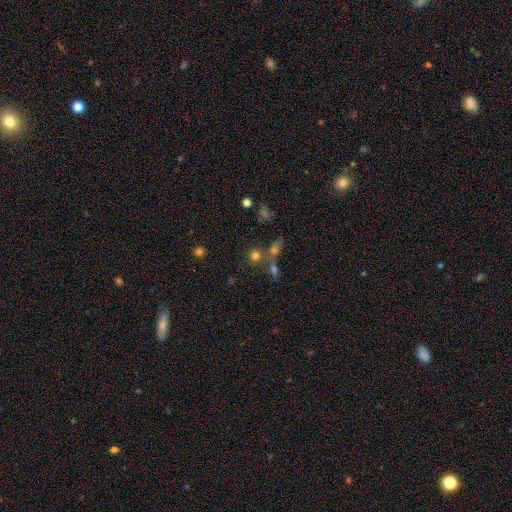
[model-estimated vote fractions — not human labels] The model was most divided on "merging": none: 57%, merger: 30%, minor disturbance: 8%, major disturbance: 5%. More confident: how rounded — round (86%); smooth or featured — smooth (70%).